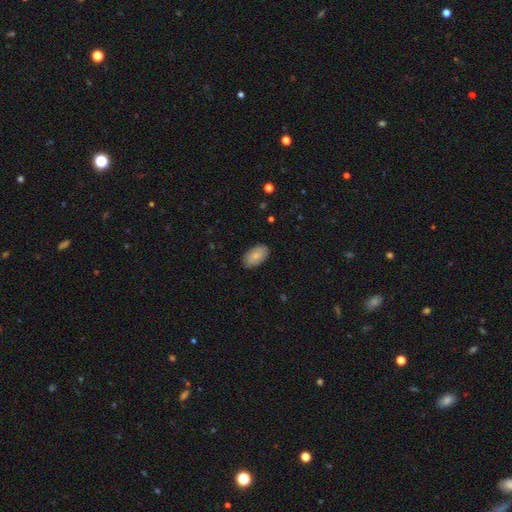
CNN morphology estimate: A smooth galaxy with no disk features (65%) that is in between round and cigar-shaped (94%).

Vote fractions:
- Smooth or featured? smooth: 65% / featured or disk: 28% / star or artifact: 7%
- How rounded? in between: 94% / round: 5% / cigar-shaped: 2%
- Merging? none: 86% / minor disturbance: 11% / major disturbance: 2% / merger: 1%